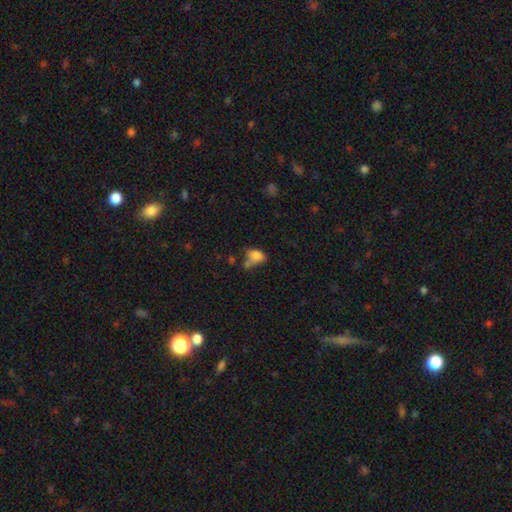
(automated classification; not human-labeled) Smooth or featured? Predicted: smooth (p=0.78). How rounded? Predicted: in between (p=0.84). Merging? Predicted: none (p=0.34).